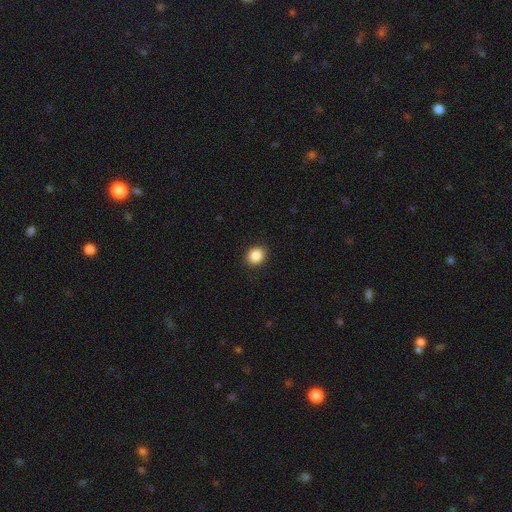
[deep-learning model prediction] Smooth or featured?
  - smooth: 88% *
  - star or artifact: 9%
  - featured or disk: 3%
How rounded?
  - round: 66% *
  - in between: 33%
  - cigar-shaped: 1%
Merging?
  - none: 90% *
  - minor disturbance: 7%
  - major disturbance: 2%
  - merger: 1%